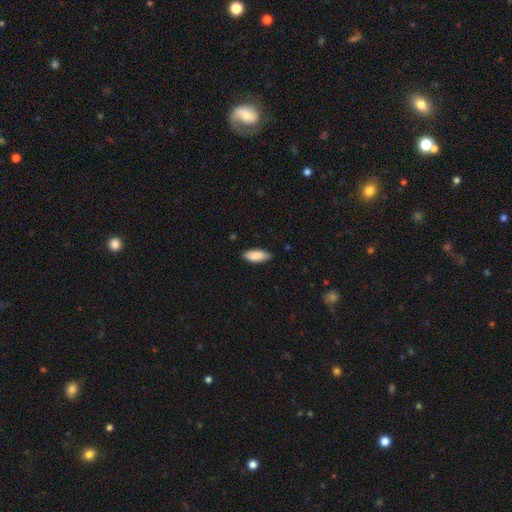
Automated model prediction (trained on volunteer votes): Overall: smooth (88%). How rounded: in between (81%). Merging: none (84%).